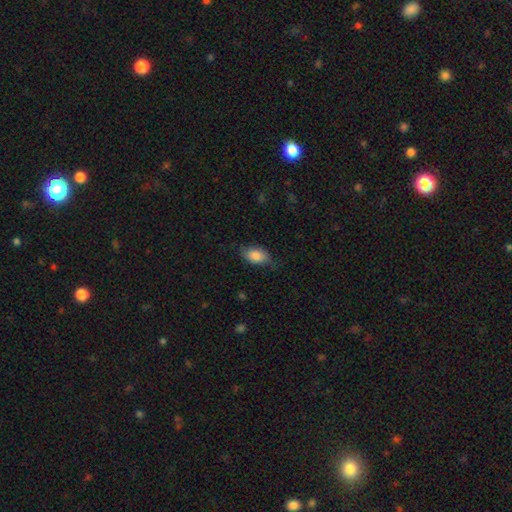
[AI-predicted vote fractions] This is clearly a smooth galaxy (85%). How rounded: clearly in between (91%). Merging: likely none (70%).